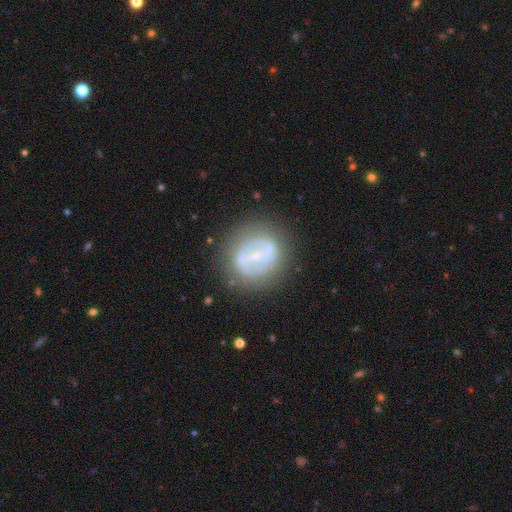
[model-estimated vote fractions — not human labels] This appears to be a featured or disk galaxy (65%) with a weak bar (36%), no spiral arms (67%) and a small central bulge (61%). Merging: none (77%).